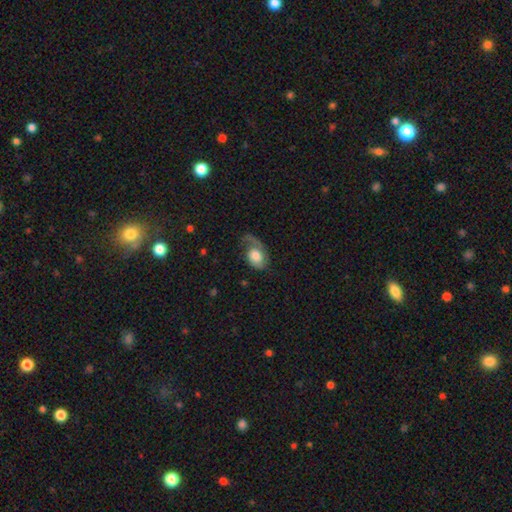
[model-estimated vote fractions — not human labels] This appears to be a featured or disk galaxy (53%) with no bar (76%), spiral arms (85%) and a moderate central bulge (43%). Merging: none (39%).